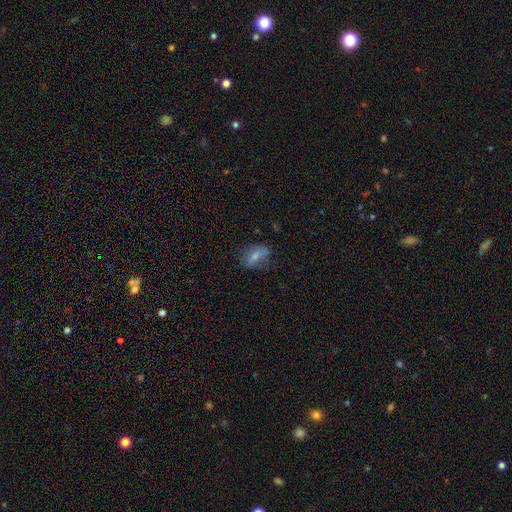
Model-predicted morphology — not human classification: Q: Smooth or featured?
A: smooth (63%); runner-up: featured or disk (28%)
Q: How rounded?
A: in between (77%); runner-up: cigar-shaped (12%)
Q: Merging?
A: none (69%); runner-up: minor disturbance (22%)